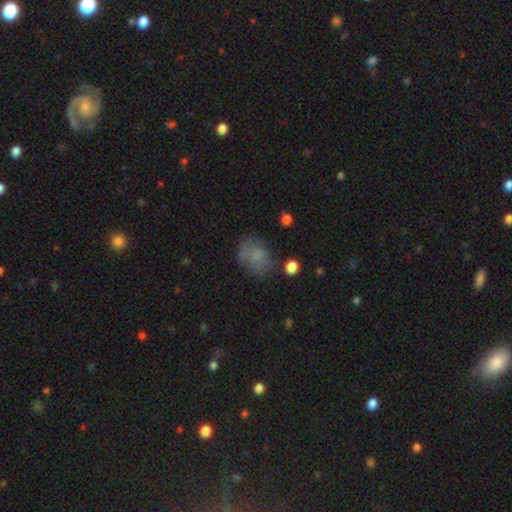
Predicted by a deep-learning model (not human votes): A smooth galaxy with no disk features (69%) that is in between round and cigar-shaped (64%).

Vote fractions:
- Smooth or featured? smooth: 69% / featured or disk: 18% / star or artifact: 13%
- How rounded? in between: 64% / round: 35% / cigar-shaped: 1%
- Merging? none: 55% / minor disturbance: 25% / major disturbance: 15% / merger: 5%